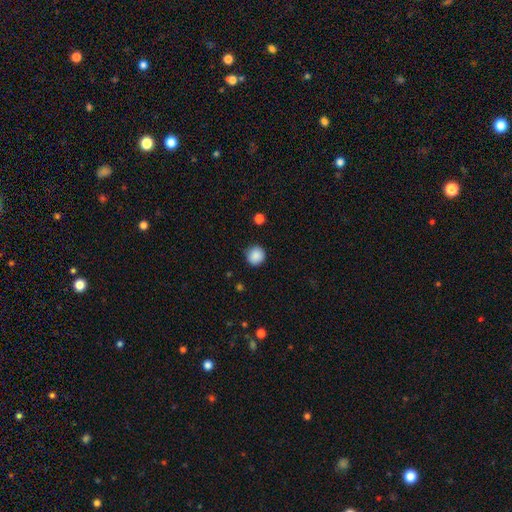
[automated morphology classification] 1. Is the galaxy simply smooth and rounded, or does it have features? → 88% smooth, 9% star or artifact, 3% featured or disk.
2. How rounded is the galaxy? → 94% round, 5% in between, 1% cigar-shaped.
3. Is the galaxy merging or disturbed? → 90% none, 7% minor disturbance, 2% major disturbance, 1% merger.